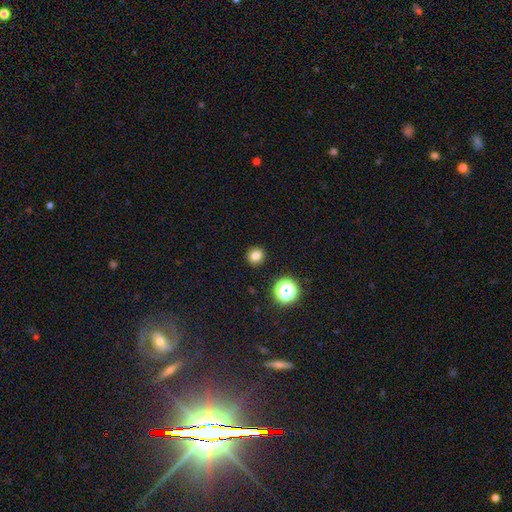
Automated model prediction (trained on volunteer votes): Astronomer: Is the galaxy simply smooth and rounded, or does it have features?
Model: smooth — 80%.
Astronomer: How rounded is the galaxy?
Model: round — 88%.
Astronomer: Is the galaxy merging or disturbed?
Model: none — 91%.